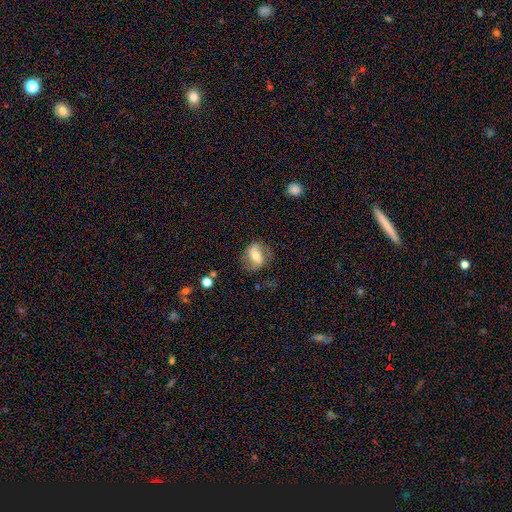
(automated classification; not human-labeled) A featured or disk galaxy (52%).

Vote fractions:
- Smooth or featured? featured or disk: 52% / smooth: 40% / star or artifact: 8%
- Edge-on disk? no: 91% / yes: 9%
- Merging? none: 71% / minor disturbance: 18% / major disturbance: 10% / merger: 2%